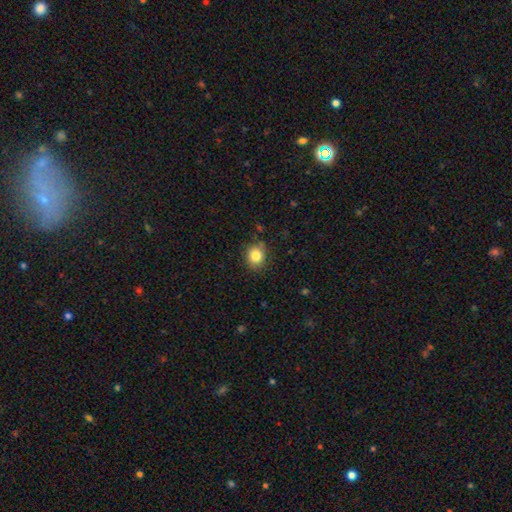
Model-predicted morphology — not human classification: A smooth galaxy with no disk features (83%) that is round (75%).

Vote fractions:
- Smooth or featured? smooth: 83% / star or artifact: 10% / featured or disk: 7%
- How rounded? round: 75% / in between: 24% / cigar-shaped: 1%
- Merging? none: 83% / minor disturbance: 13% / major disturbance: 3% / merger: 2%